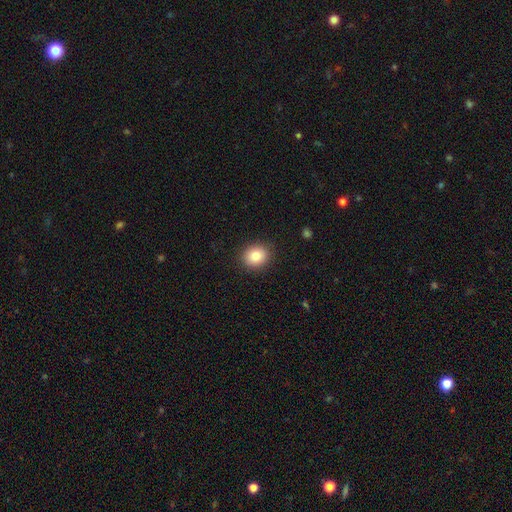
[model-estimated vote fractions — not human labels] smooth_or_featured: smooth (p=0.83) [alt: star or artifact p=0.09]
how_rounded: round (p=0.68) [alt: in between p=0.31]
merging: none (p=0.89) [alt: minor disturbance p=0.08]